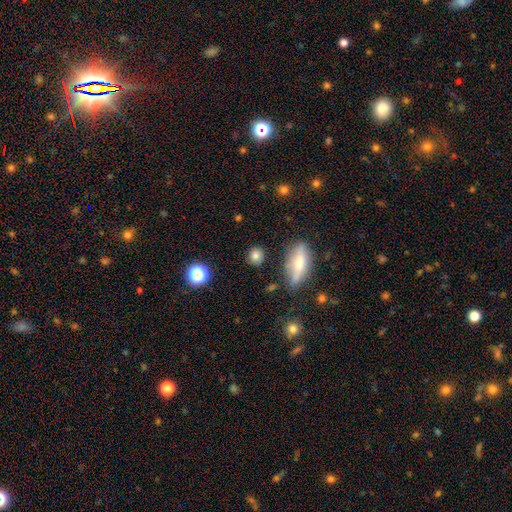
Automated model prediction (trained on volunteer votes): A smooth galaxy with no disk features (78%) that is round (75%).

Vote fractions:
- Smooth or featured? smooth: 78% / star or artifact: 13% / featured or disk: 10%
- How rounded? round: 75% / in between: 22% / cigar-shaped: 3%
- Merging? none: 83% / minor disturbance: 10% / major disturbance: 3% / merger: 3%